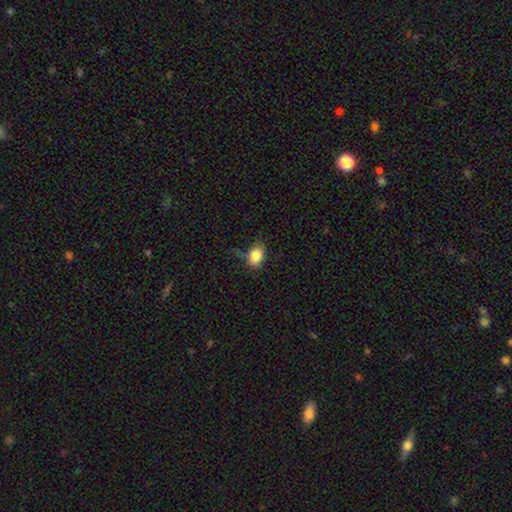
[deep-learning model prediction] Overall: smooth (85%). How rounded: in between (78%). Merging: none (59%; minor disturbance 28%).